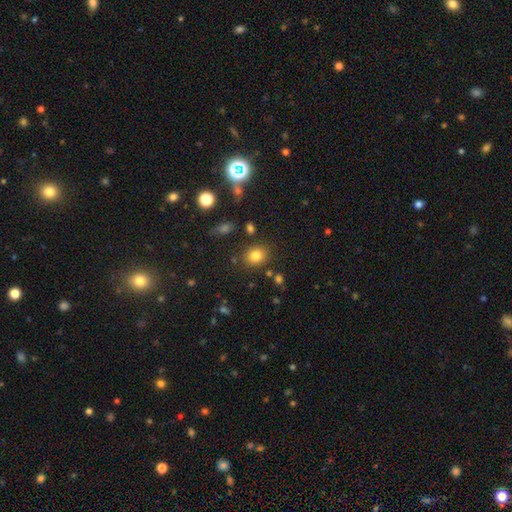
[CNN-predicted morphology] The model was most divided on "how rounded": round: 63%, in between: 36%, cigar-shaped: 1%. More confident: merging — none (82%); smooth or featured — smooth (80%).